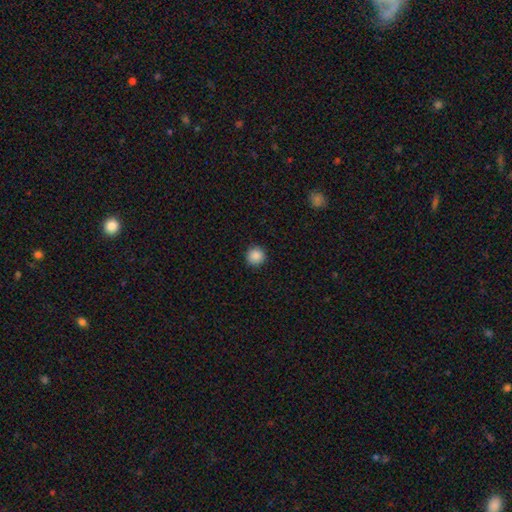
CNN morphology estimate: Smooth or featured? Predicted: smooth (p=0.87). How rounded? Predicted: round (p=0.95). Merging? Predicted: none (p=0.92).